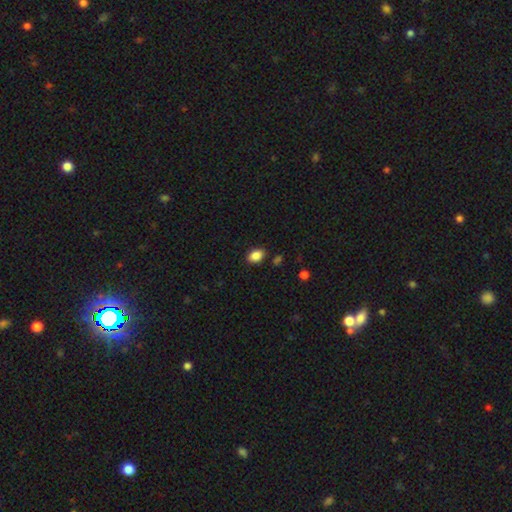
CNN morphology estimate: smooth-or-featured: smooth: 88% | star or artifact: 9% | featured or disk: 4%
  how-rounded: in between: 82% | round: 17% | cigar-shaped: 1%
  merging: none: 86% | minor disturbance: 9% | major disturbance: 2% | merger: 2%